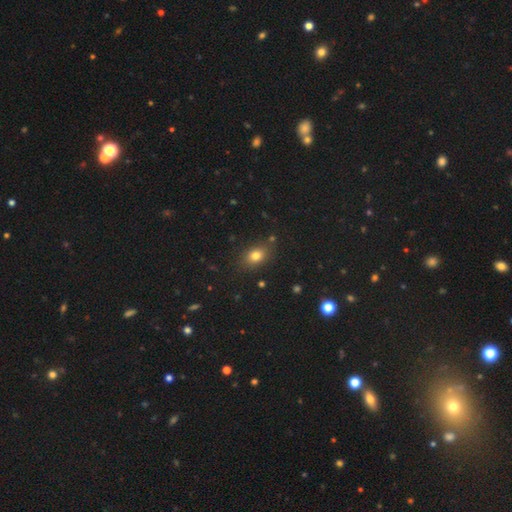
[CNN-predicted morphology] Smooth or featured? smooth (78%)
How rounded? in between (67%)
Merging? none (83%)